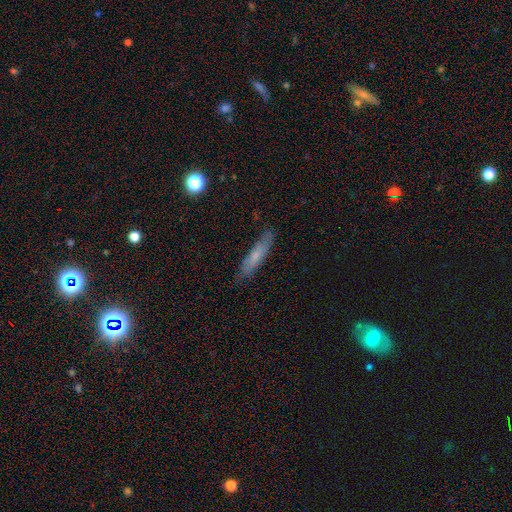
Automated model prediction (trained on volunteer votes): This appears to be a smooth galaxy with no disk features (62%) that is cigar-shaped (83%). Merging: none (81%).